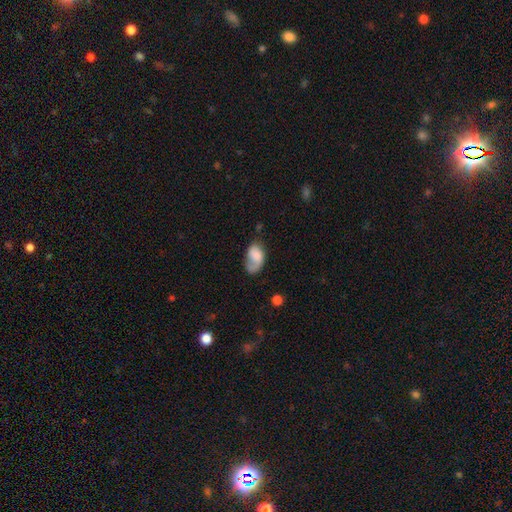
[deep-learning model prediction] smooth_or_featured: smooth (p=0.63) [alt: featured or disk p=0.29]
how_rounded: in between (p=0.90) [alt: round p=0.08]
merging: none (p=0.37) [alt: major disturbance p=0.30]